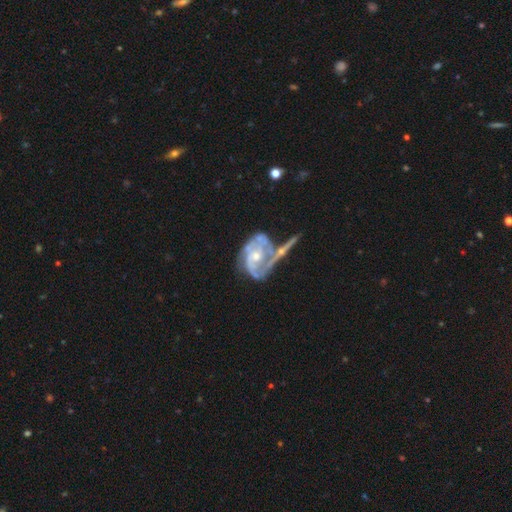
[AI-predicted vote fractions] Smooth or featured: featured or disk — 85% (smooth — 10%)
Edge-on disk: no — 96% (yes — 4%)
Bar: no — 70% (weak — 24%)
Spiral arms: yes — 87% (no — 13%)
Spiral winding: tight — 47% (medium — 38%)
Spiral arm count: 2 — 43% (can't tell — 29%)
Bulge size: moderate — 50% (small — 43%)
Merging: merger — 28% (tied with none — 28%)